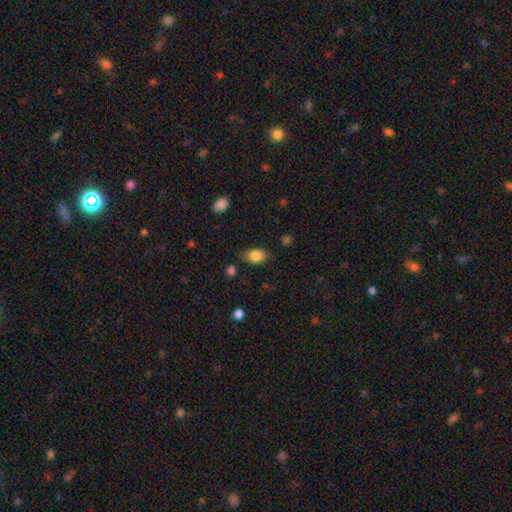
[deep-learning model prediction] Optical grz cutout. It shows a smooth galaxy with no disk features (84%) that is in between round and cigar-shaped (83%). Merging: none (75%).